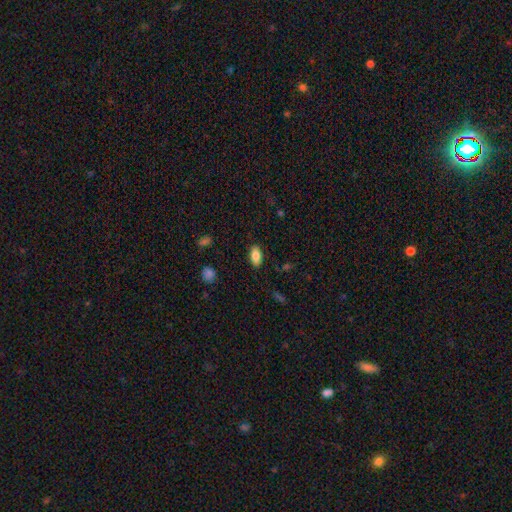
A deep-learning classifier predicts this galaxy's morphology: This is clearly a smooth galaxy (82%). How rounded: clearly in between (91%). Merging: clearly none (87%).